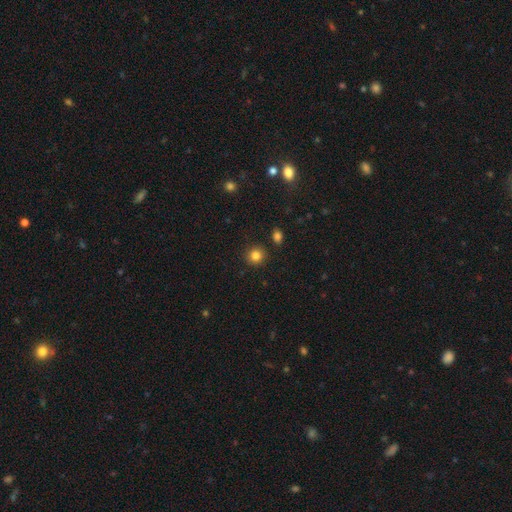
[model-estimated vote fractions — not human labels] A smooth galaxy with no disk features (83%) that is round (91%).

Vote fractions:
- Smooth or featured? smooth: 83% / star or artifact: 12% / featured or disk: 5%
- How rounded? round: 91% / in between: 8% / cigar-shaped: 1%
- Merging? none: 89% / minor disturbance: 6% / merger: 2% / major disturbance: 2%